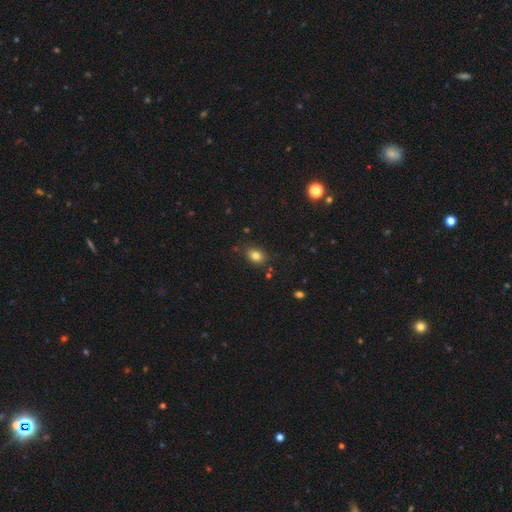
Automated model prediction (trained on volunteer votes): smooth 80%, star or artifact 12%, featured or disk 8%. Down the decision tree: how rounded — in between (65%); merging — none (81%).